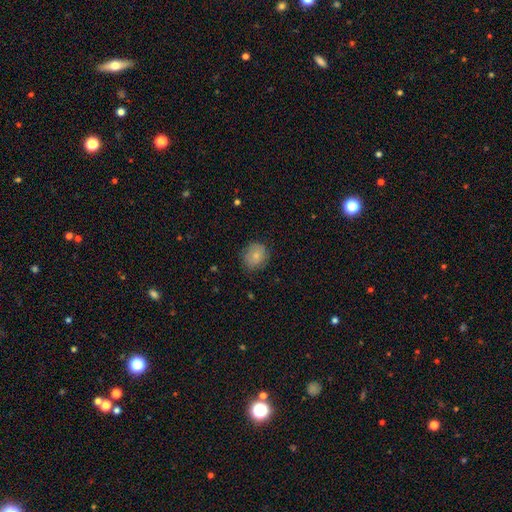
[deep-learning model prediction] Smooth or featured: smooth — 77% (featured or disk — 15%)
How rounded: round — 72% (in between — 28%)
Merging: none — 77% (minor disturbance — 17%)